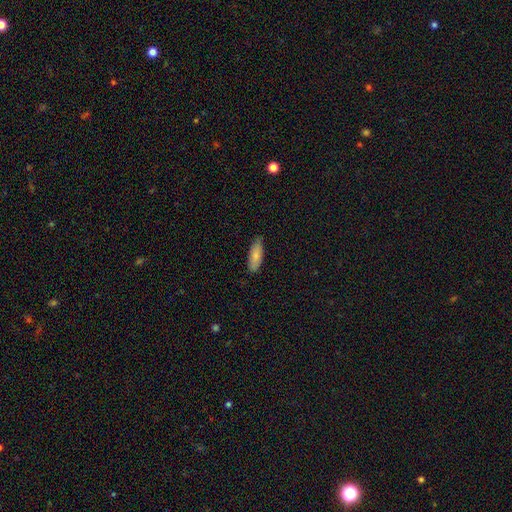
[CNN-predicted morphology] The model was most divided on "how rounded": in between: 65%, cigar-shaped: 33%, round: 2%. More confident: smooth or featured — smooth (83%); merging — none (79%).